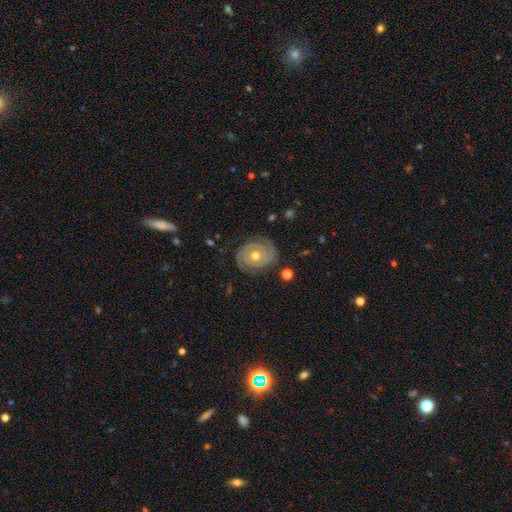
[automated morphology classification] A featured or disk galaxy (87%) with no bar (77%), 2 (83%) tight (78%) spiral arms (95%) and a moderate central bulge (75%).

Vote fractions:
- Smooth or featured? featured or disk: 87% / smooth: 8% / star or artifact: 6%
- Edge-on disk? no: 97% / yes: 3%
- Bar? no: 77% / weak: 17% / strong: 6%
- Spiral arms? yes: 95% / no: 5%
- Spiral winding? tight: 78% / medium: 18% / loose: 4%
- Spiral arm count? 2: 83% / can't tell: 7% / 3: 4% / 1: 2% / 4: 2% / more than 4: 2%
- Bulge size? moderate: 75% / small: 21% / large: 2% / none: 1% / dominant: 1%
- Merging? none: 83% / minor disturbance: 12% / major disturbance: 4% / merger: 1%